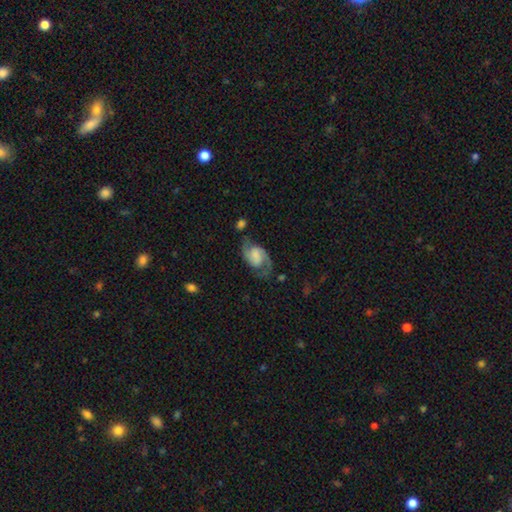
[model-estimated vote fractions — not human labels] This appears to be a featured or disk galaxy (83%) with no bar (50%), 2 (92%) medium (53%) spiral arms (96%) and no central bulge (34%). Merging: none (65%).